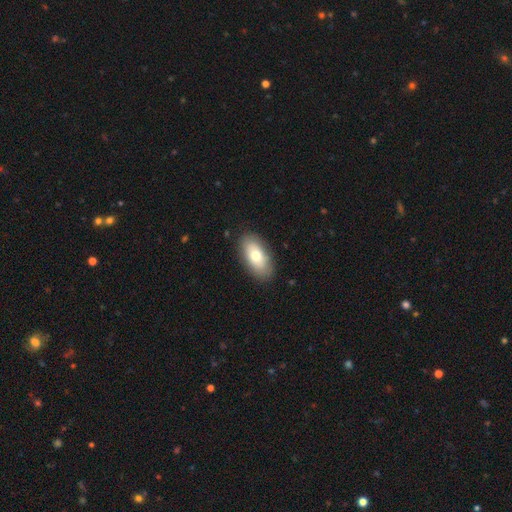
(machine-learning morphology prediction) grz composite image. It shows a smooth galaxy with no disk features (71%) that is in between round and cigar-shaped (91%). Merging: none (86%).